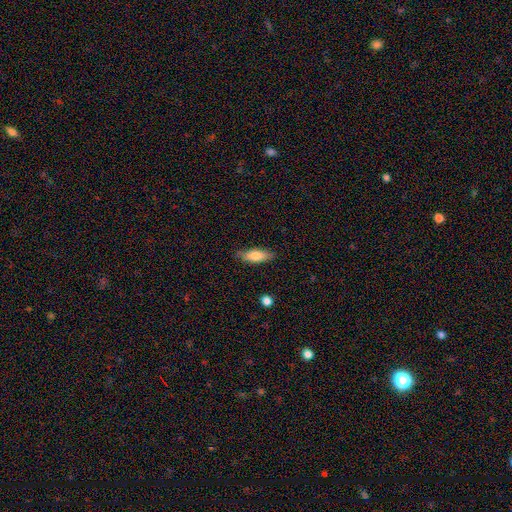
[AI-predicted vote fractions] smooth-or-featured: smooth: 77% | featured or disk: 16% | star or artifact: 6%
  how-rounded: in between: 63% | cigar-shaped: 35% | round: 2%
  merging: none: 81% | minor disturbance: 15% | major disturbance: 3% | merger: 1%